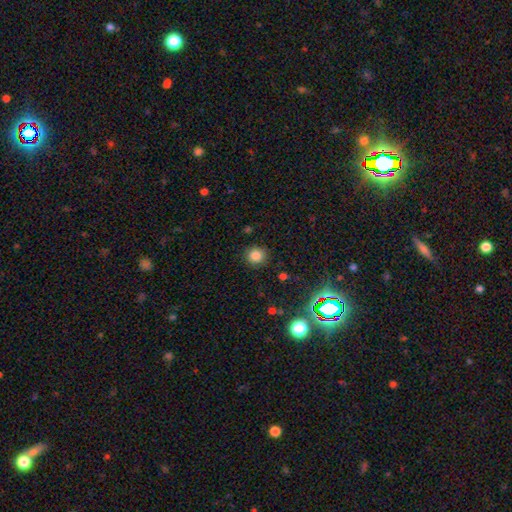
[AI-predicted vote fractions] Smooth or featured: smooth — 82% (star or artifact — 14%)
How rounded: round — 91% (in between — 8%)
Merging: none — 89% (minor disturbance — 7%)